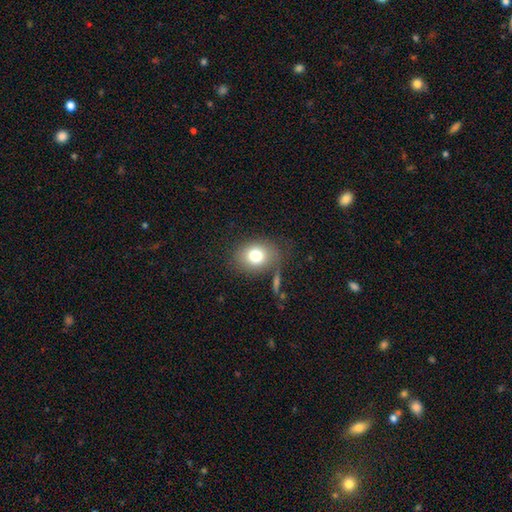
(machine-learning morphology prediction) The model was most divided on "how rounded": round: 51%, in between: 48%, cigar-shaped: 1%. More confident: smooth or featured — smooth (76%); merging — none (70%).